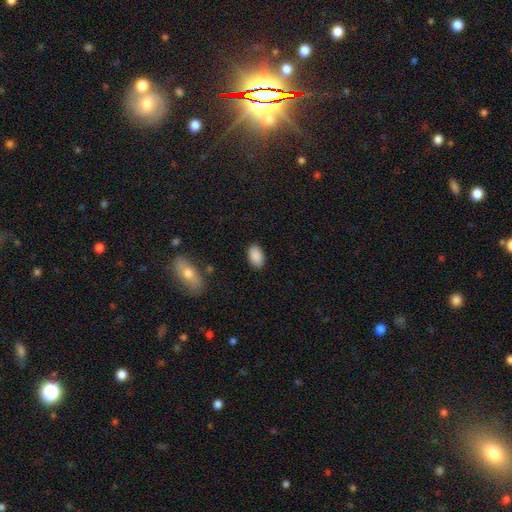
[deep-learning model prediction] This is clearly a smooth galaxy (89%). How rounded: clearly in between (93%). Merging: clearly none (87%).